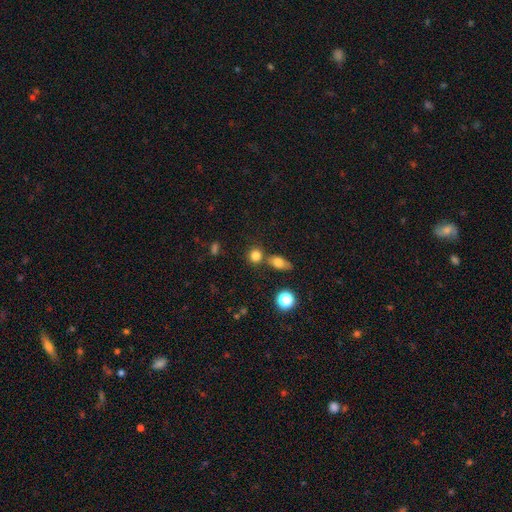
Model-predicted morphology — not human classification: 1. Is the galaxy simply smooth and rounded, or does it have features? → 79% smooth, 13% star or artifact, 7% featured or disk.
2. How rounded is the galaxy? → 75% round, 23% in between, 2% cigar-shaped.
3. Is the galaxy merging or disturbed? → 63% none, 23% merger, 10% minor disturbance, 4% major disturbance.